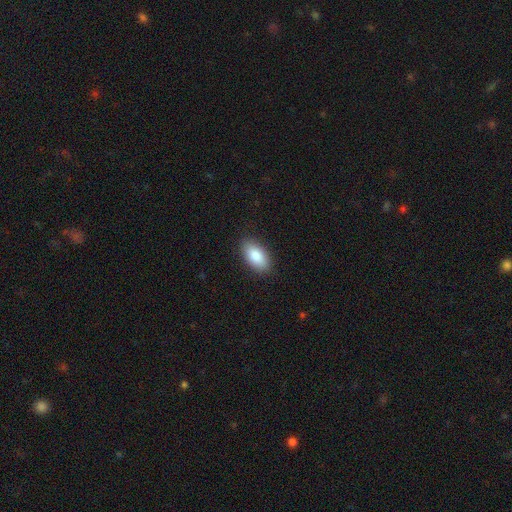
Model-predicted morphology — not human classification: smooth_or_featured: smooth (p=0.86) [alt: featured or disk p=0.07]
how_rounded: in between (p=0.93) [alt: cigar-shaped p=0.04]
merging: none (p=0.88) [alt: minor disturbance p=0.09]